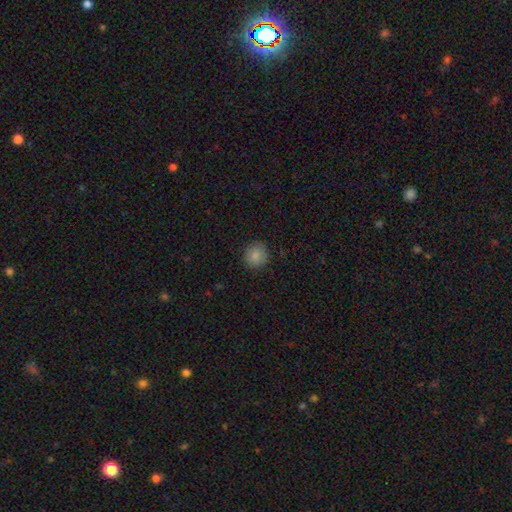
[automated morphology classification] A smooth galaxy with no disk features (86%) that is round (91%). Merging: none (89%).